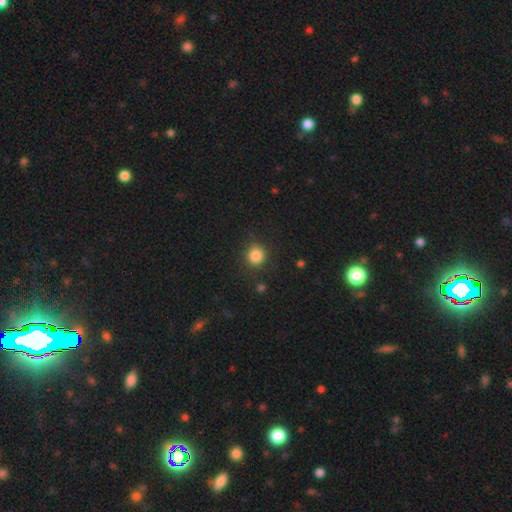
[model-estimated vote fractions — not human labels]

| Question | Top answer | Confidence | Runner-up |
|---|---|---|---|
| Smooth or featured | smooth | 84% | star or artifact (11%) |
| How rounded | round | 89% | in between (10%) |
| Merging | none | 85% | minor disturbance (10%) |